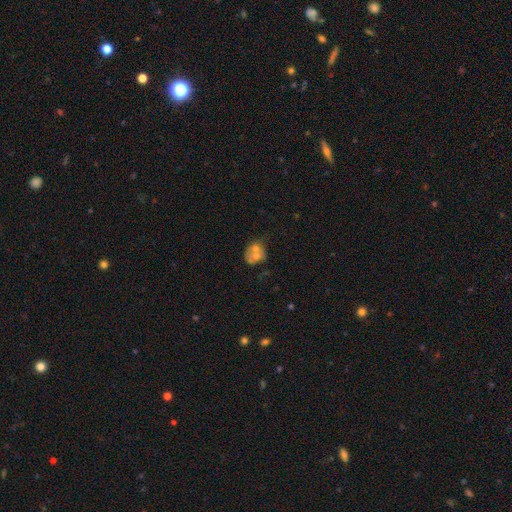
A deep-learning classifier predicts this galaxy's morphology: A smooth galaxy with no disk features (50%) that is round (63%).

Vote fractions:
- Smooth or featured? smooth: 50% / featured or disk: 38% / star or artifact: 12%
- How rounded? round: 63% / in between: 35% / cigar-shaped: 1%
- Merging? merger: 51% / none: 29% / minor disturbance: 12% / major disturbance: 8%